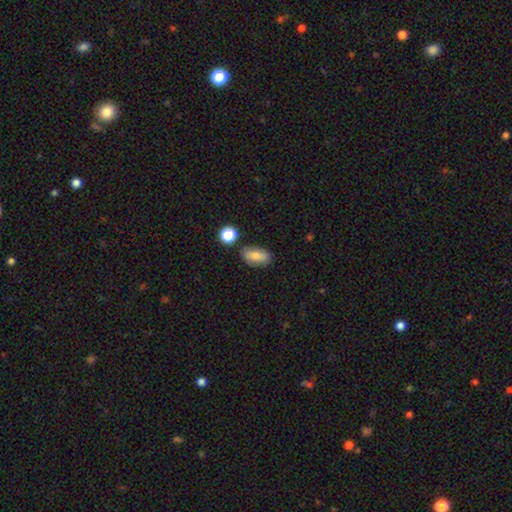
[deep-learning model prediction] smooth_or_featured: smooth (p=0.81) [alt: featured or disk p=0.11]
how_rounded: in between (p=0.87) [alt: round p=0.07]
merging: none (p=0.79) [alt: minor disturbance p=0.14]